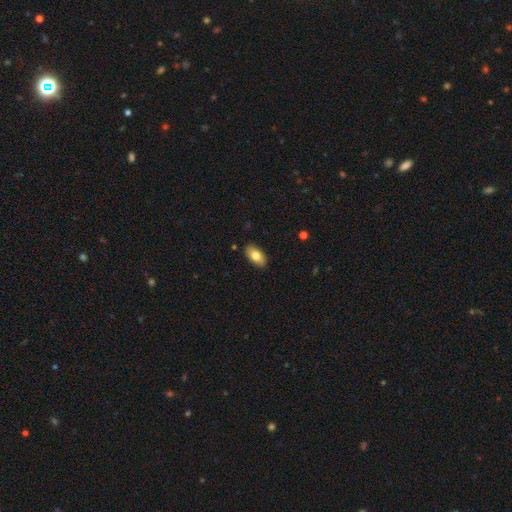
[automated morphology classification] Smooth or featured?
  - smooth: 78% *
  - featured or disk: 15%
  - star or artifact: 7%
How rounded?
  - in between: 92% *
  - cigar-shaped: 4%
  - round: 3%
Merging?
  - none: 88% *
  - minor disturbance: 9%
  - major disturbance: 2%
  - merger: 1%